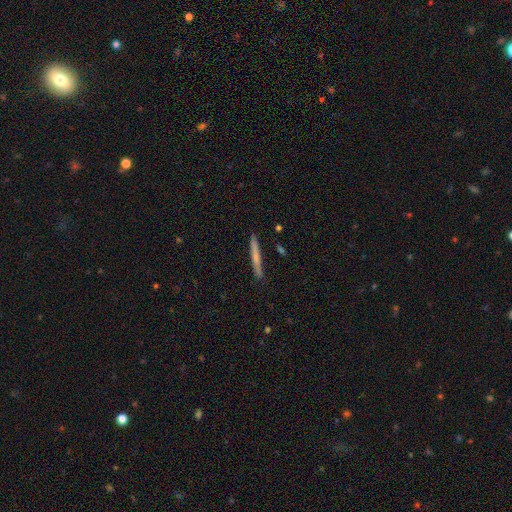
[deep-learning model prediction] Morphology: type=smooth (61%); roundness=cigar-shaped (96%); merging=none (90%).